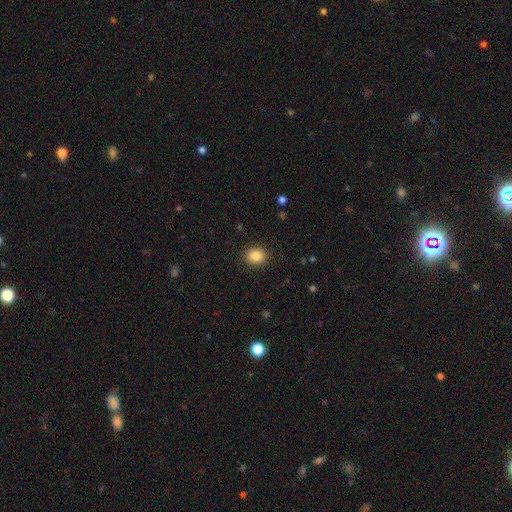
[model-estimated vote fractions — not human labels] Overall: smooth (86%). How rounded: round (66%; in between 33%). Merging: none (89%).